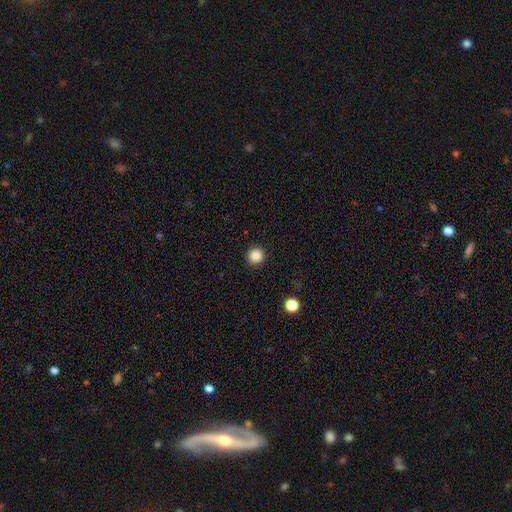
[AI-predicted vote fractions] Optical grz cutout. It shows a smooth galaxy with no disk features (87%) that is round (96%). Merging: none (93%).